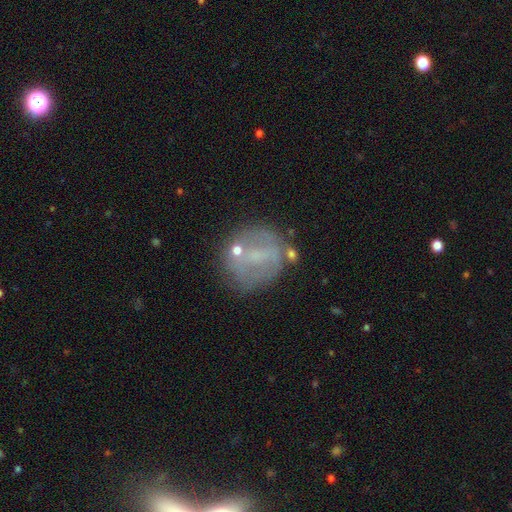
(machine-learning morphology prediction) type=featured or disk (49%); merging=none (66%).